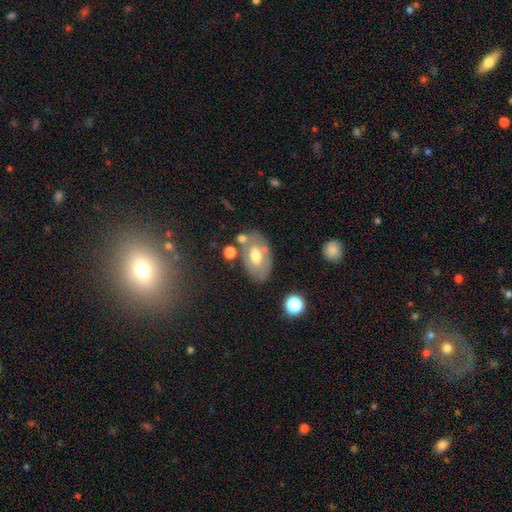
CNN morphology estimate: Overall: smooth (49%; featured or disk 43%). Merging: none (62%).